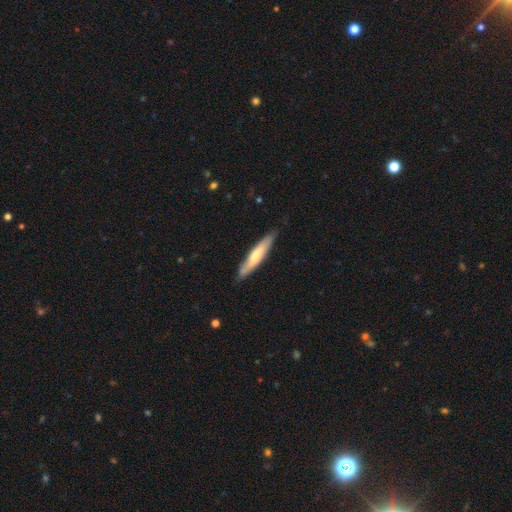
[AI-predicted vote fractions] The model was most divided on "smooth or featured": smooth: 59%, featured or disk: 36%, star or artifact: 5%. More confident: how rounded — cigar-shaped (86%); merging — none (81%).